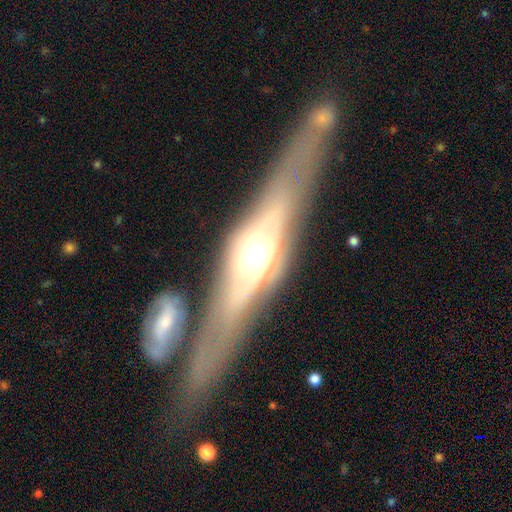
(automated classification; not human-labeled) A featured or disk galaxy (71%) viewed edge-on (66%).

Vote fractions:
- Smooth or featured? featured or disk: 71% / smooth: 22% / star or artifact: 7%
- Edge-on disk? yes: 66% / no: 34%
- Merging? none: 73% / minor disturbance: 13% / merger: 9% / major disturbance: 6%